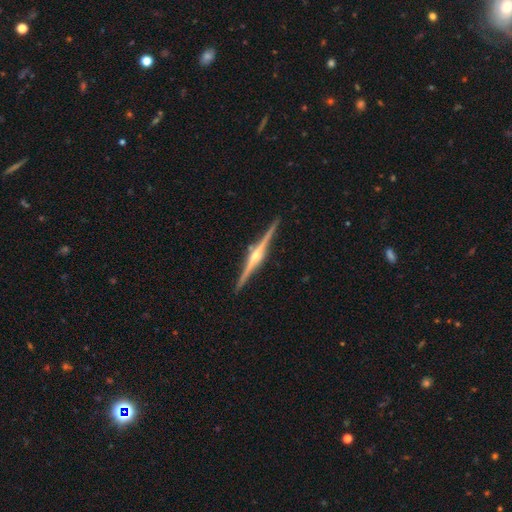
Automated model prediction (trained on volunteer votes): Smooth or featured: featured or disk — 90% (smooth — 6%)
Edge-on disk: yes — 99% (no — 1%)
Edge-on bulge: rounded — 90% (boxy — 6%)
Merging: none — 92% (minor disturbance — 5%)